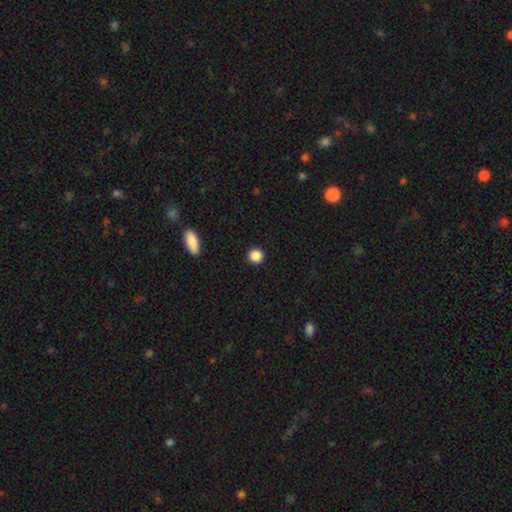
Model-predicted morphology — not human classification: This is clearly a smooth galaxy (88%). How rounded: clearly round (94%). Merging: clearly none (93%).